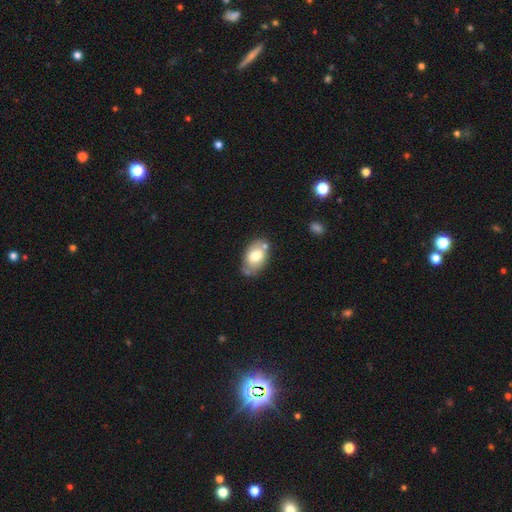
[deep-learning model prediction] smooth-or-featured: smooth: 71% | featured or disk: 22% | star or artifact: 7%
  how-rounded: in between: 89% | round: 10% | cigar-shaped: 1%
  merging: none: 64% | minor disturbance: 19% | merger: 13% | major disturbance: 4%